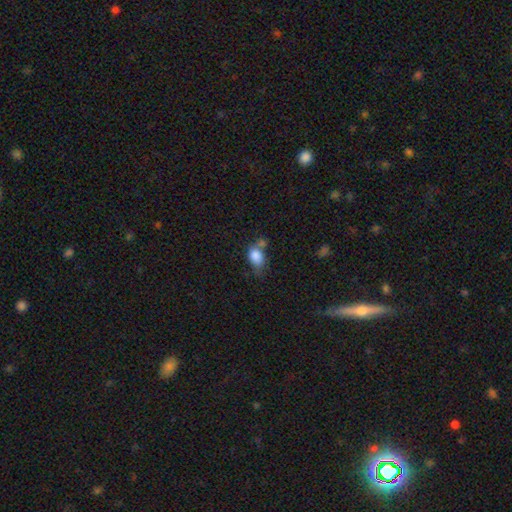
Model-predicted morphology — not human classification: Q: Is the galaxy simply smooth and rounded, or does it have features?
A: smooth — 82%.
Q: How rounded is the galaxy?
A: in between — 69%.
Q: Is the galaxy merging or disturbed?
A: none — 36%.